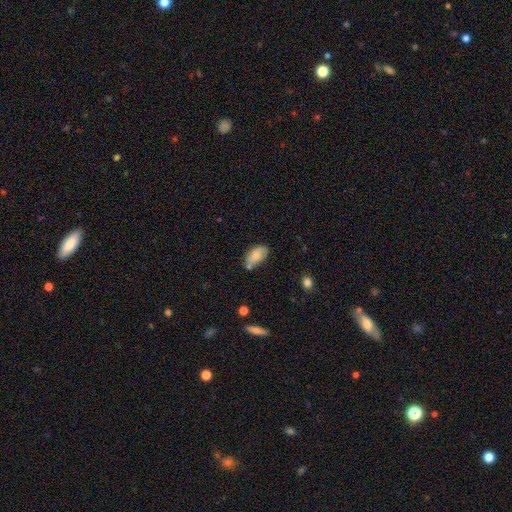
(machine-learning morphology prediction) type=smooth (79%); roundness=in between (93%); merging=none (58%).